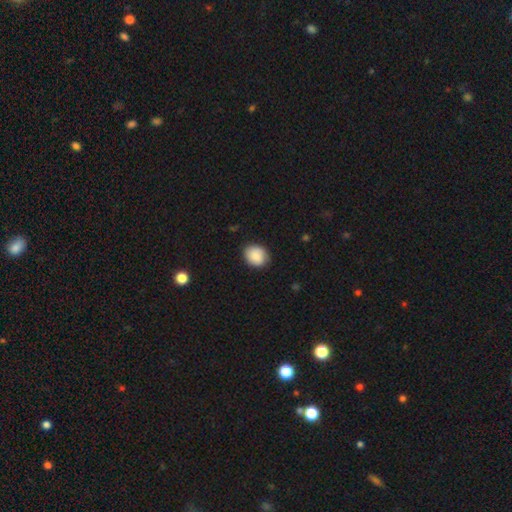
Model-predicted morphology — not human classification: This appears to be a smooth galaxy with no disk features (87%) that is round (64%). Merging: none (84%).